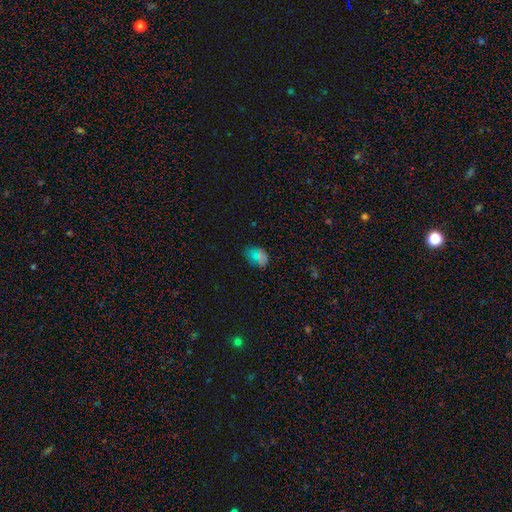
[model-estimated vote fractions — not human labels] smooth 60%, star or artifact 32%, featured or disk 8%. Down the decision tree: how rounded — in between (84%); merging — none (78%).